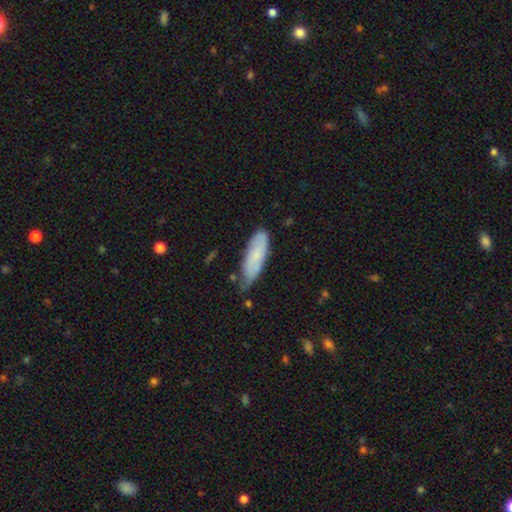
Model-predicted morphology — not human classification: Smooth or featured?
  - smooth: 71% *
  - featured or disk: 23%
  - star or artifact: 6%
How rounded?
  - in between: 51% *
  - cigar-shaped: 47%
  - round: 2%
Merging?
  - none: 56% *
  - minor disturbance: 35%
  - major disturbance: 6%
  - merger: 3%